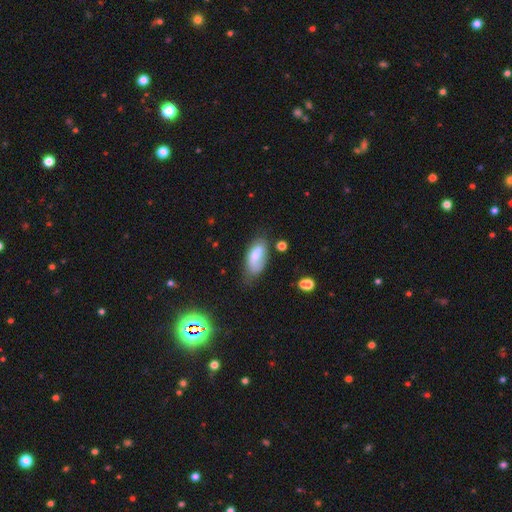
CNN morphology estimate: Smooth or featured? Predicted: smooth (p=0.71). How rounded? Predicted: in between (p=0.90). Merging? Predicted: none (p=0.48).